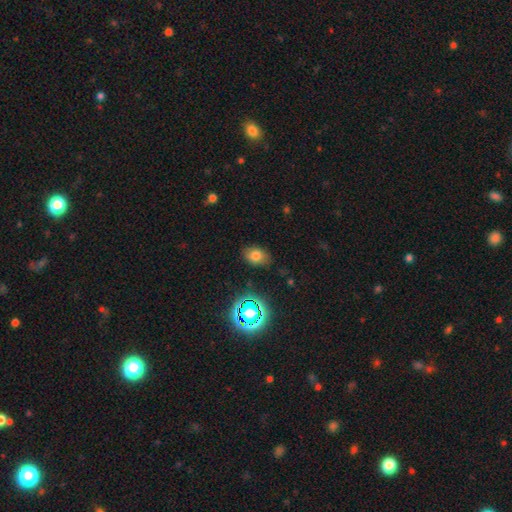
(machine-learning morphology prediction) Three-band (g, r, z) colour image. It shows a smooth galaxy with no disk features (73%) that is in between round and cigar-shaped (75%). Merging: none (80%).